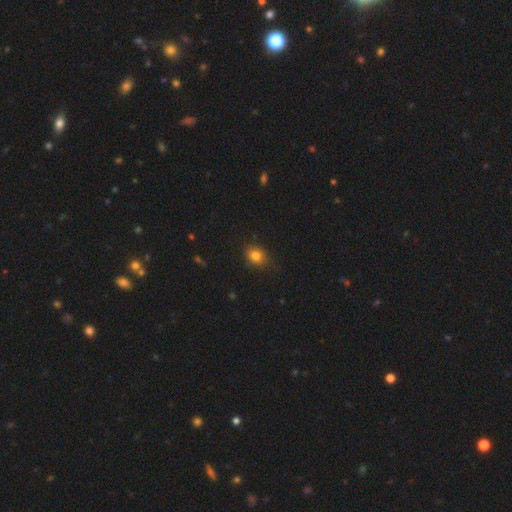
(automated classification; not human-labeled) The model was most divided on "how rounded": round: 62%, in between: 37%, cigar-shaped: 1%. More confident: merging — none (83%); smooth or featured — smooth (81%).